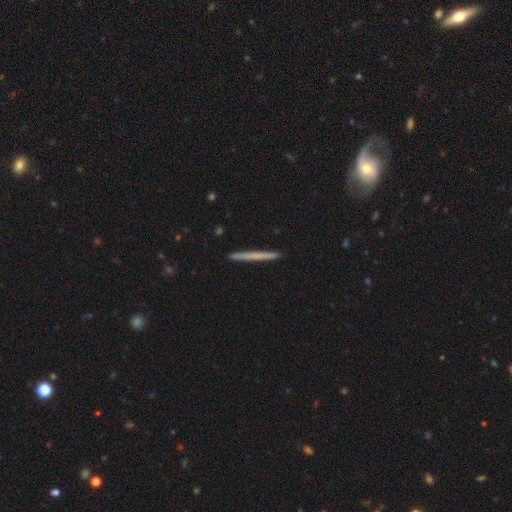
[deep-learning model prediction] This is possibly a smooth galaxy (55%). How rounded: clearly cigar-shaped (97%). Merging: clearly none (93%).